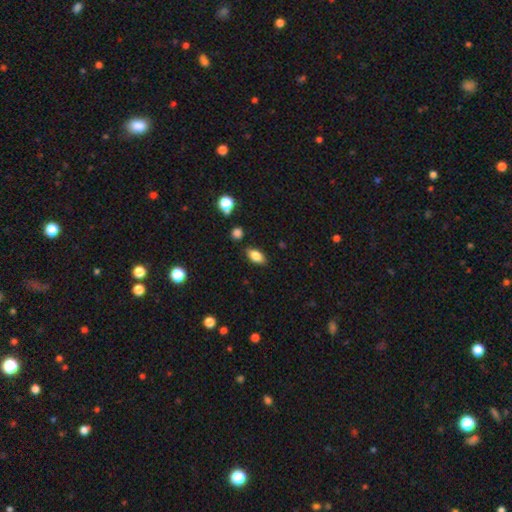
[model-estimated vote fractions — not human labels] This is clearly a smooth galaxy (80%). How rounded: clearly in between (87%). Merging: clearly none (84%).